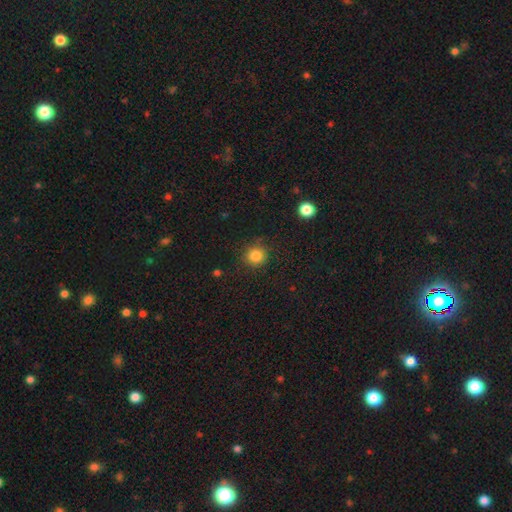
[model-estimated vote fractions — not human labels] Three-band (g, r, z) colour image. It shows a smooth galaxy with no disk features (84%) that is round (91%). Merging: none (86%).